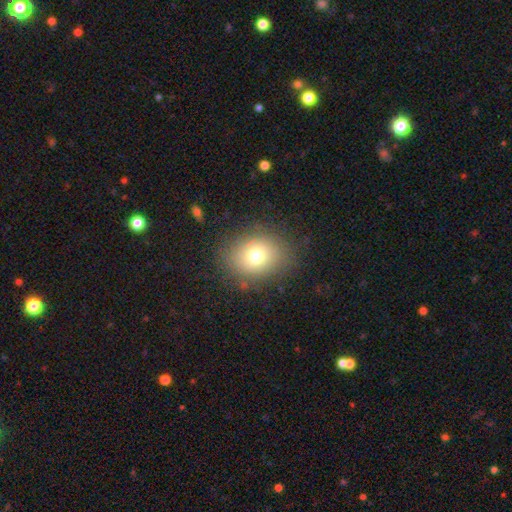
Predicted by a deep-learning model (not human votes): This appears to be a smooth galaxy with no disk features (73%) that is round (57%). Merging: none (82%).